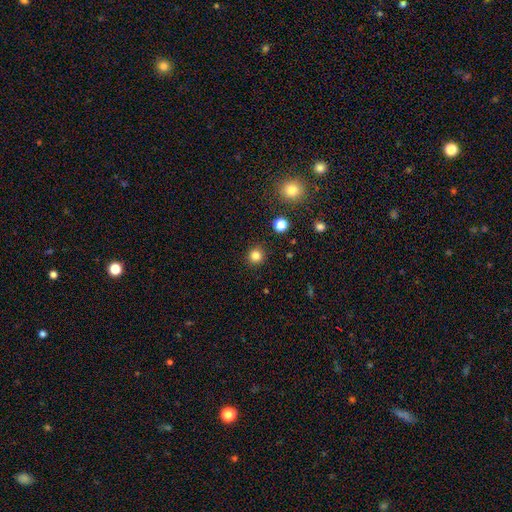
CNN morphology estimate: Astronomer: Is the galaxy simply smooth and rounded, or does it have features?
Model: smooth — 83%.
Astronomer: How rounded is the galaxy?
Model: round — 93%.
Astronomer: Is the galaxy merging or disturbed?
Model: none — 91%.